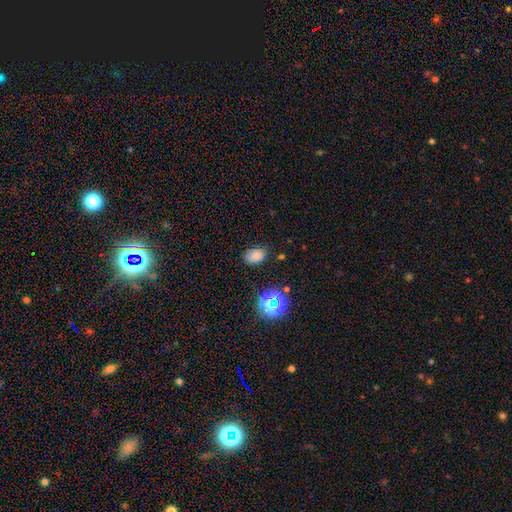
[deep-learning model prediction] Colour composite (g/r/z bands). It shows a smooth galaxy with no disk features (78%) that is in between round and cigar-shaped (82%). Merging: none (77%).